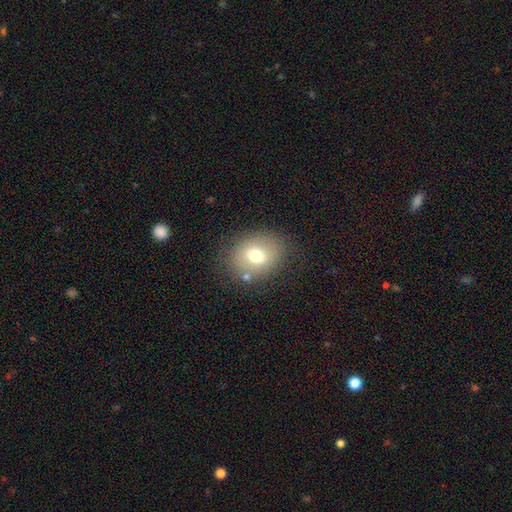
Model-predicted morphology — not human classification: A smooth galaxy with no disk features (67%) that is round (56%).

Vote fractions:
- Smooth or featured? smooth: 67% / featured or disk: 21% / star or artifact: 12%
- How rounded? round: 56% / in between: 43% / cigar-shaped: 1%
- Merging? none: 78% / minor disturbance: 13% / major disturbance: 5% / merger: 4%